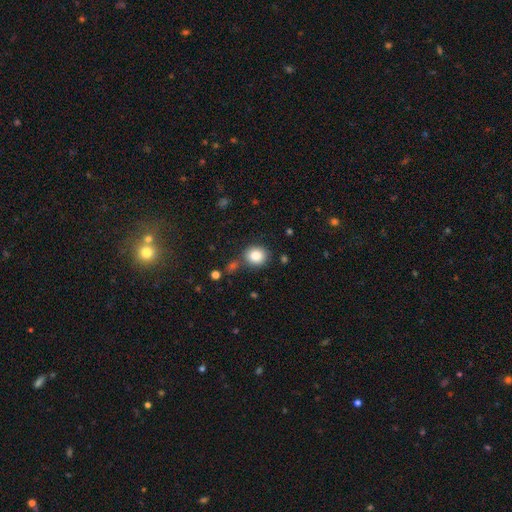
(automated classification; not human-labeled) A smooth galaxy with no disk features (85%) that is round (78%). Merging: none (77%).